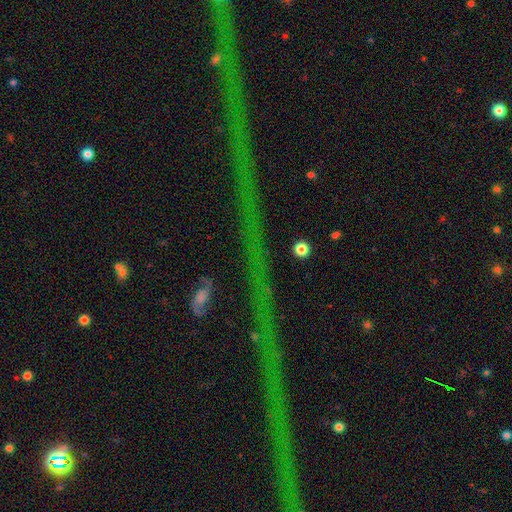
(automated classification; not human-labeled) Smooth or featured: star or artifact — 72% (featured or disk — 18%)